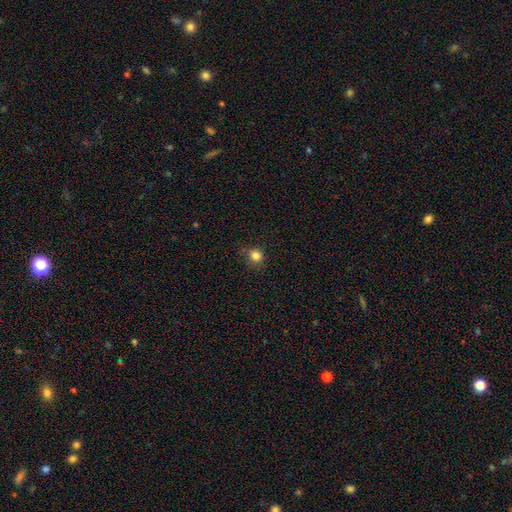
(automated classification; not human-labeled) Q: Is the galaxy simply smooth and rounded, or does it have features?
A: smooth — 82%.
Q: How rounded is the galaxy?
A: round — 86%.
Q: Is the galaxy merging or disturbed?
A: none — 83%.